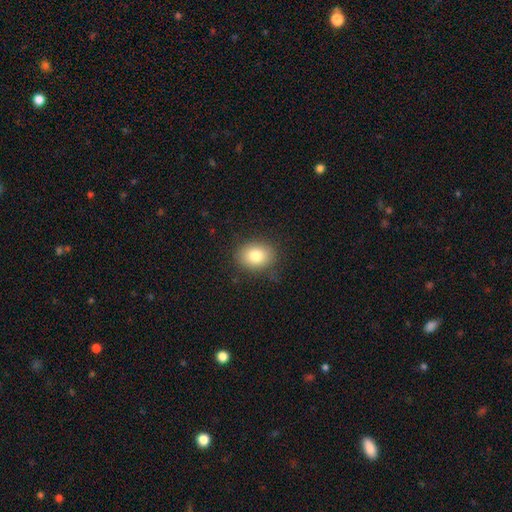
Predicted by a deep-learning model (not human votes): Smooth or featured? Predicted: smooth (p=0.81). How rounded? Predicted: in between (p=0.53). Merging? Predicted: none (p=0.85).